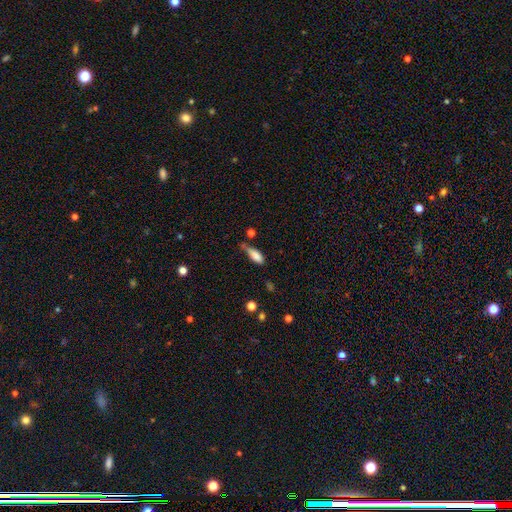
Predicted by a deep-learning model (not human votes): smooth-or-featured: smooth: 81% | featured or disk: 11% | star or artifact: 8%
  how-rounded: in between: 71% | cigar-shaped: 26% | round: 2%
  merging: none: 42% | minor disturbance: 35% | major disturbance: 13% | merger: 10%